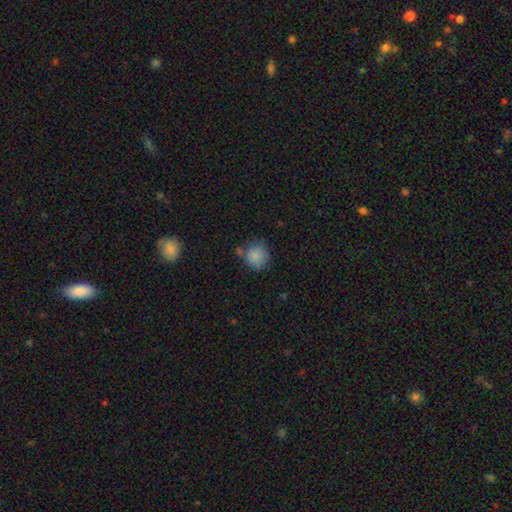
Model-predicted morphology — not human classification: The model was most divided on "merging": none: 63%, minor disturbance: 21%, merger: 10%, major disturbance: 6%. More confident: how rounded — round (87%); smooth or featured — smooth (84%).